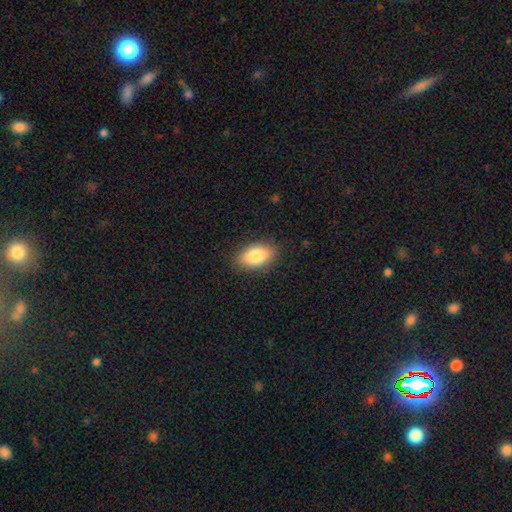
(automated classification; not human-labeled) smooth-or-featured: smooth: 85% | featured or disk: 8% | star or artifact: 7%
  how-rounded: in between: 92% | round: 6% | cigar-shaped: 2%
  merging: none: 87% | minor disturbance: 10% | major disturbance: 2% | merger: 1%